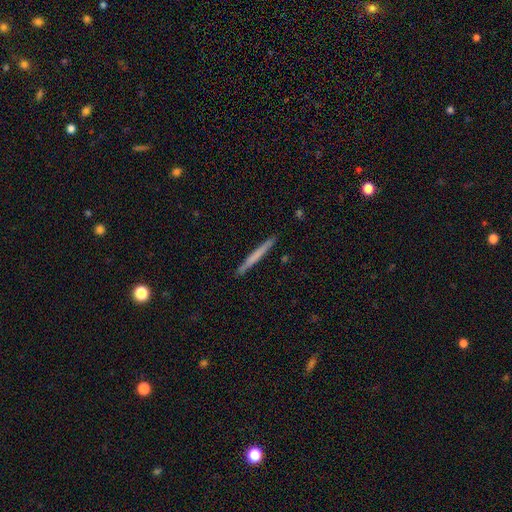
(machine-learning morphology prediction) This is likely a smooth galaxy (61%). How rounded: clearly cigar-shaped (97%). Merging: clearly none (91%).